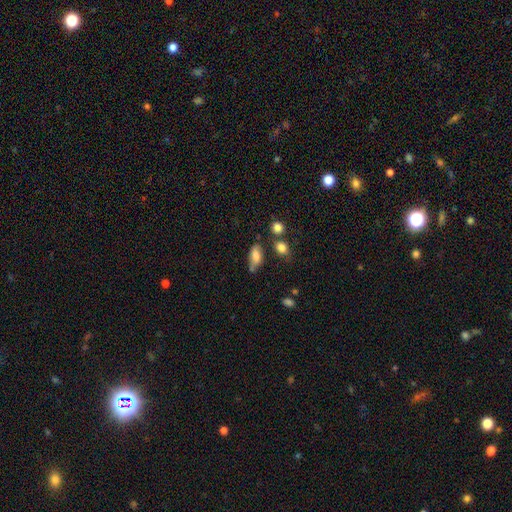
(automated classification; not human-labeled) smooth-or-featured: smooth: 77% | featured or disk: 15% | star or artifact: 9%
  how-rounded: in between: 85% | cigar-shaped: 10% | round: 5%
  merging: none: 54% | minor disturbance: 27% | merger: 11% | major disturbance: 9%